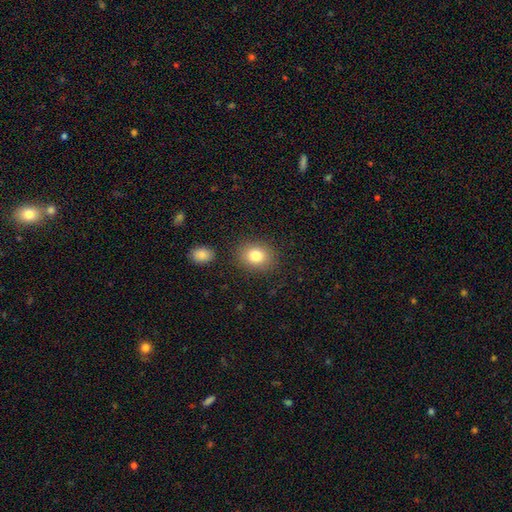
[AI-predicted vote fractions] The model was most divided on "how rounded": round: 58%, in between: 42%, cigar-shaped: 1%. More confident: merging — none (85%); smooth or featured — smooth (82%).